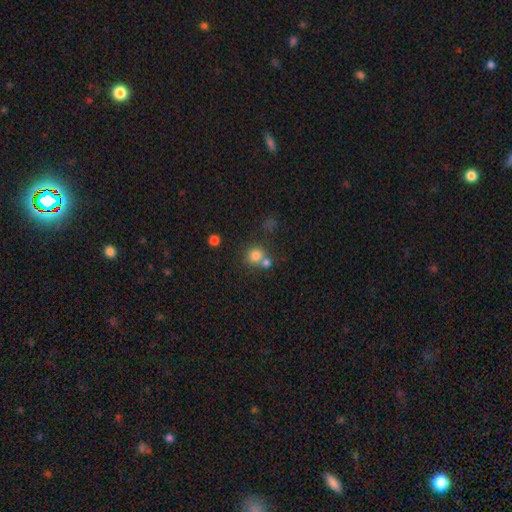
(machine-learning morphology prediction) type=smooth (79%); roundness=round (87%); merging=none (56%).